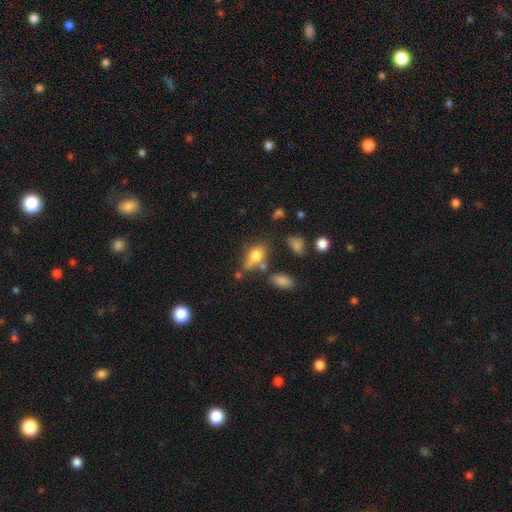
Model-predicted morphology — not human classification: Q: Smooth or featured?
A: smooth (73%); runner-up: featured or disk (16%)
Q: How rounded?
A: in between (74%); runner-up: round (21%)
Q: Merging?
A: none (42%); runner-up: minor disturbance (24%)